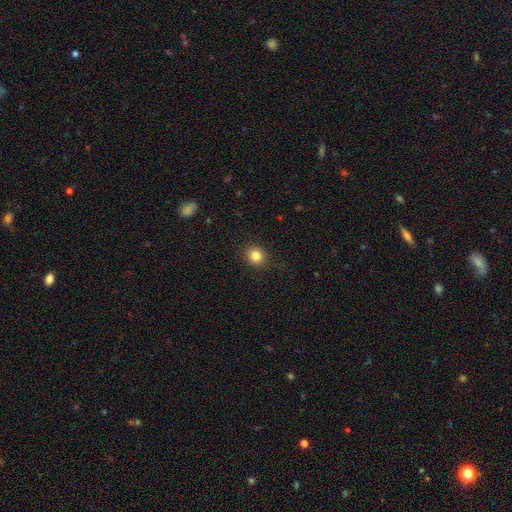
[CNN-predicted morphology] smooth 83%, star or artifact 11%, featured or disk 6%. Down the decision tree: how rounded — round (82%); merging — none (90%).